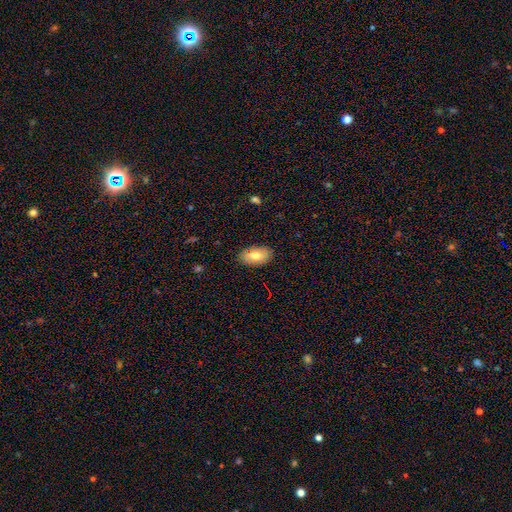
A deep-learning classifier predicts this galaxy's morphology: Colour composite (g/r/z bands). It shows a smooth galaxy with no disk features (73%) that is in between round and cigar-shaped (92%). Merging: none (86%).